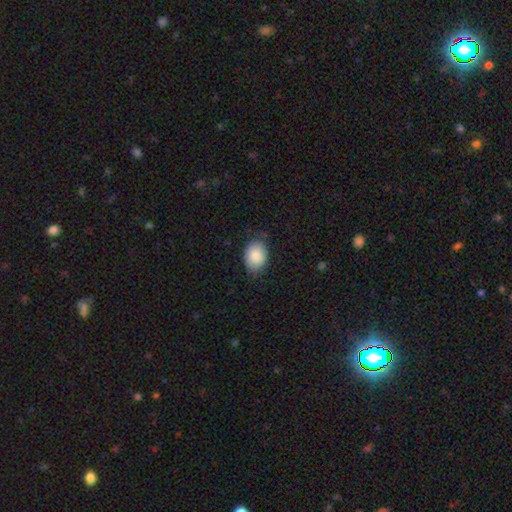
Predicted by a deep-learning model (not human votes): A smooth galaxy with no disk features (86%) that is in between round and cigar-shaped (73%).

Vote fractions:
- Smooth or featured? smooth: 86% / featured or disk: 7% / star or artifact: 7%
- How rounded? in between: 73% / round: 27% / cigar-shaped: 1%
- Merging? none: 76% / minor disturbance: 19% / major disturbance: 3% / merger: 1%